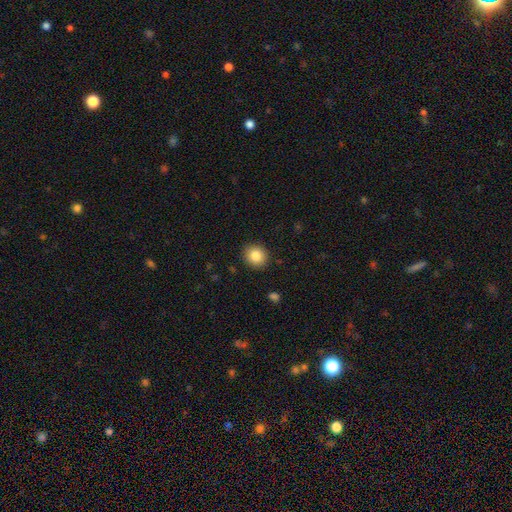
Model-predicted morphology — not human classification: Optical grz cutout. It shows a smooth galaxy with no disk features (84%) that is round (79%). Merging: none (90%).